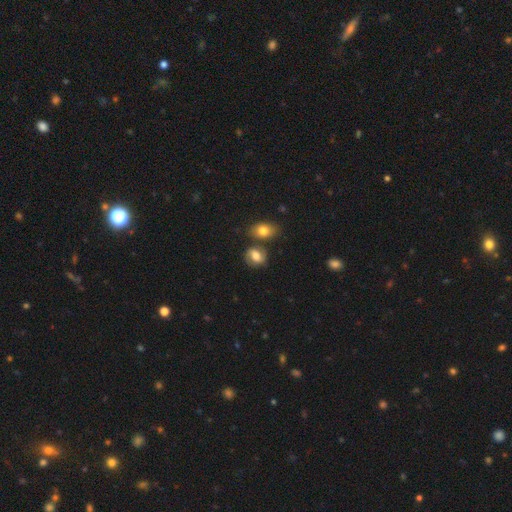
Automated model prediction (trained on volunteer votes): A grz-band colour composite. It shows a smooth galaxy with no disk features (63%) that is in between round and cigar-shaped (55%). Merging: none (66%).